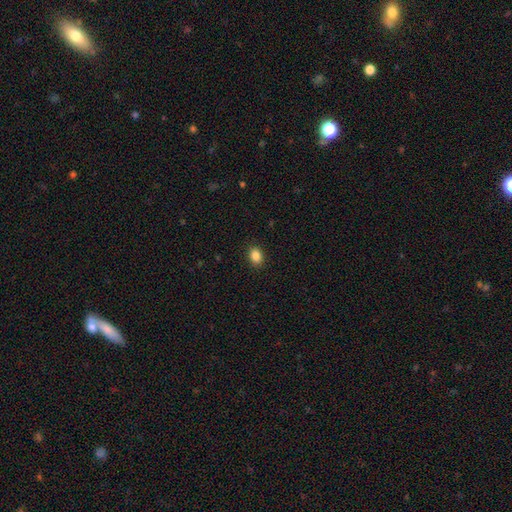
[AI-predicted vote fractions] smooth_or_featured: smooth (p=0.87) [alt: star or artifact p=0.10]
how_rounded: in between (p=0.66) [alt: round p=0.33]
merging: none (p=0.90) [alt: minor disturbance p=0.07]